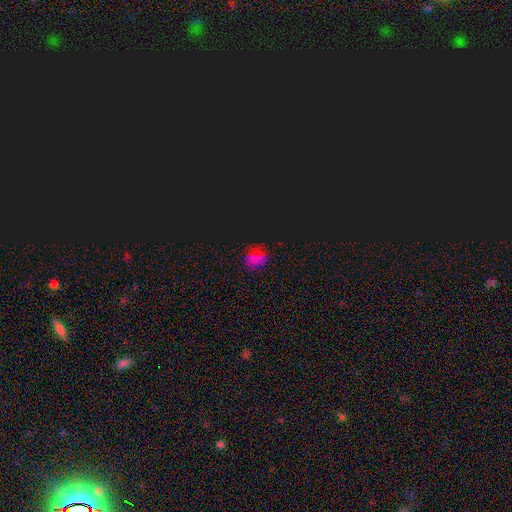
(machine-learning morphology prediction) Smooth or featured? Predicted: smooth (p=0.47). Merging? Predicted: none (p=0.79).